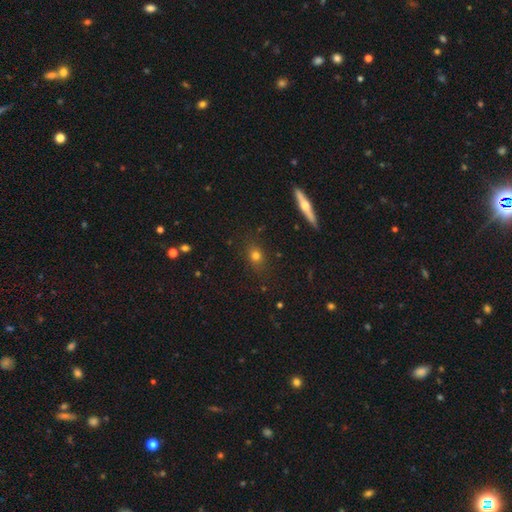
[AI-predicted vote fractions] Q: Smooth or featured?
A: smooth (73%); runner-up: star or artifact (15%)
Q: How rounded?
A: round (59%); runner-up: in between (36%)
Q: Merging?
A: none (84%); runner-up: minor disturbance (11%)